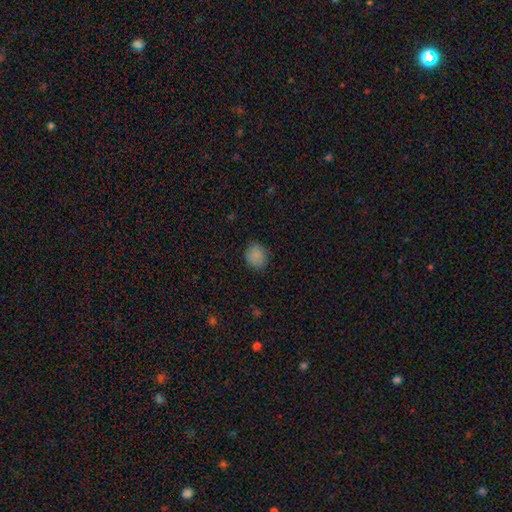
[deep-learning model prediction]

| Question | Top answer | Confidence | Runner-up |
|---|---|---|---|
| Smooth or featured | smooth | 83% | star or artifact (12%) |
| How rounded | round | 75% | in between (24%) |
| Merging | none | 81% | minor disturbance (14%) |